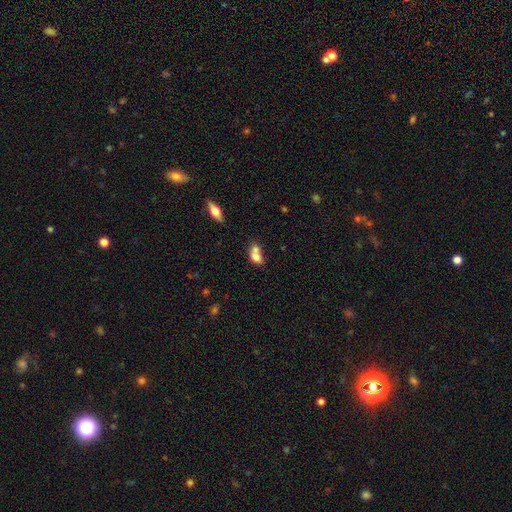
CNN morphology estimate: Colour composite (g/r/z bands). It shows a smooth galaxy with no disk features (71%) that is in between round and cigar-shaped (69%). Merging: merger (64%).